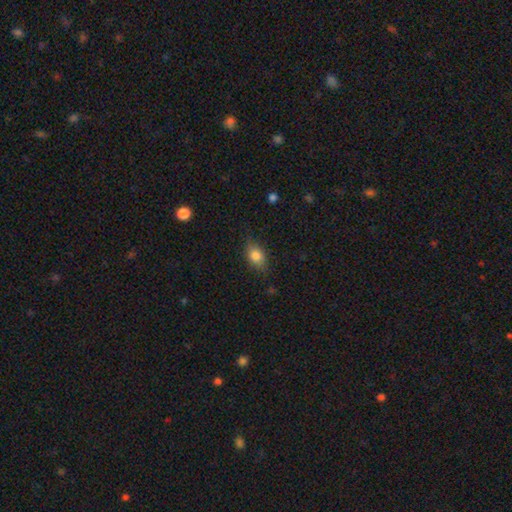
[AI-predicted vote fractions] Smooth or featured? Predicted: smooth (p=0.80). How rounded? Predicted: in between (p=0.75). Merging? Predicted: none (p=0.76).